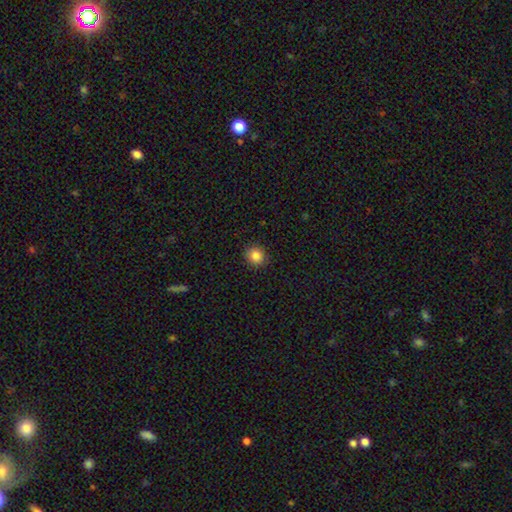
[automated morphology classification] Overall: smooth (86%). How rounded: round (84%). Merging: none (91%).